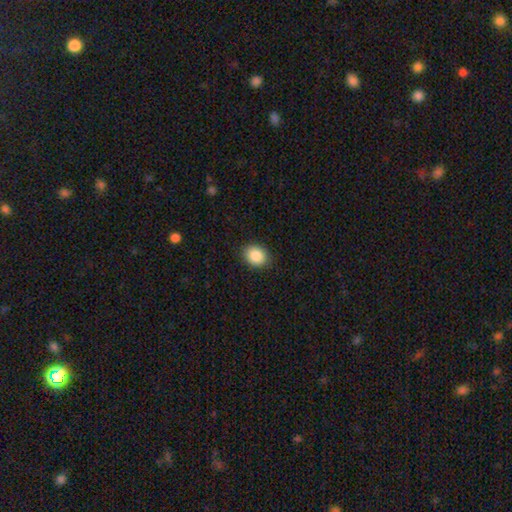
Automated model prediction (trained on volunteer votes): Morphology: type=smooth (88%); roundness=in between (54%); merging=none (89%).